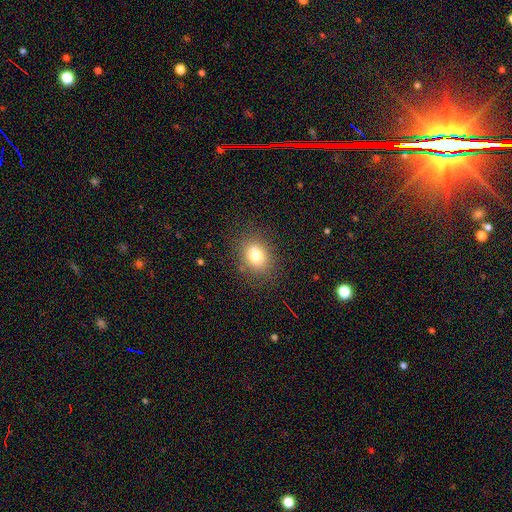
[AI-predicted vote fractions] Q: Smooth or featured?
A: smooth (75%); runner-up: star or artifact (13%)
Q: How rounded?
A: round (50%); runner-up: in between (48%)
Q: Merging?
A: none (81%); runner-up: minor disturbance (12%)